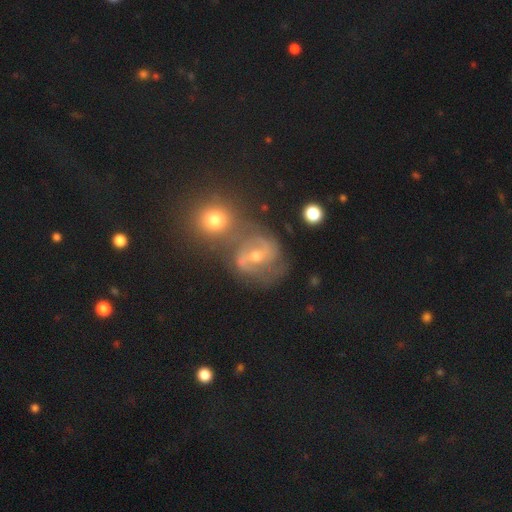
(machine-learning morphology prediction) featured or disk 79%, smooth 11%, star or artifact 10%. Down the decision tree: edge-on disk — no (97%); bar — weak (44%); spiral arms — yes (94%); spiral arm count — 2 (80%); spiral winding — medium (55%); bulge size — moderate (55%); merging — none (61%).